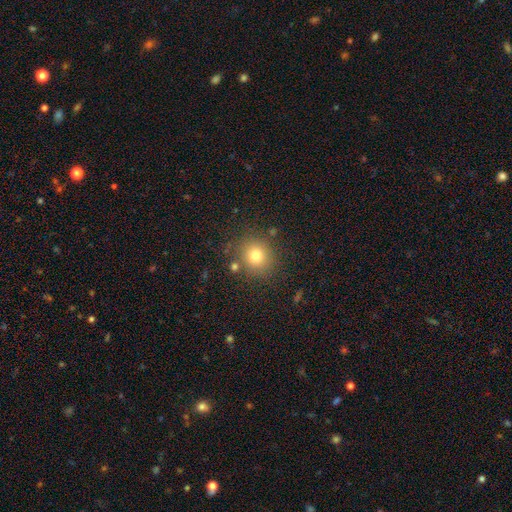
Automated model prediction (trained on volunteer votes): smooth_or_featured: smooth (p=0.76) [alt: star or artifact p=0.15]
how_rounded: round (p=0.87) [alt: in between p=0.12]
merging: none (p=0.83) [alt: minor disturbance p=0.09]